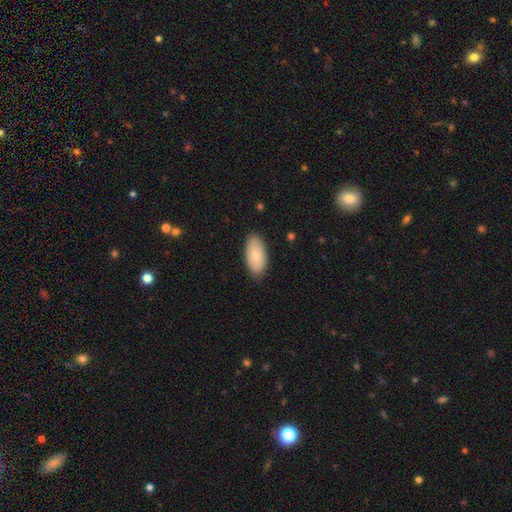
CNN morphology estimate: Overall: smooth (80%). How rounded: in between (95%). Merging: none (81%).